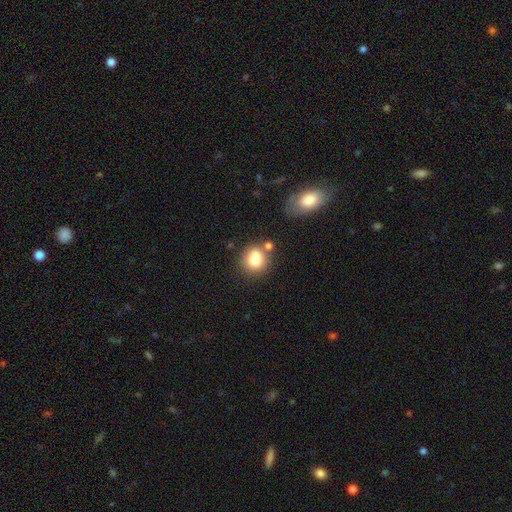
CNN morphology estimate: Overall: smooth (72%). How rounded: round (77%). Merging: none (44%; merger 38%).